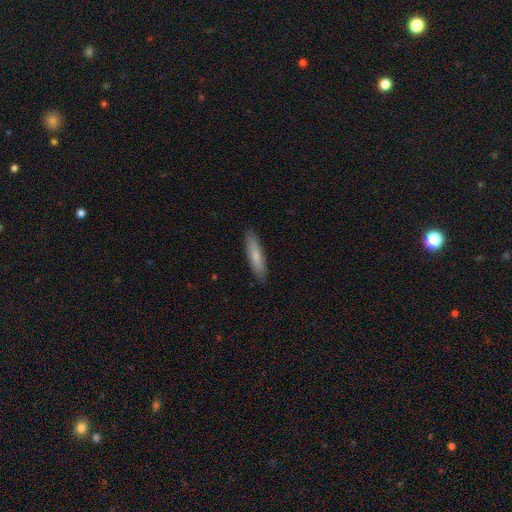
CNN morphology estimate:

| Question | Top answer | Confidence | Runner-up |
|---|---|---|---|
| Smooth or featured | smooth | 77% | featured or disk (17%) |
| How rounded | cigar-shaped | 78% | in between (20%) |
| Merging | none | 88% | minor disturbance (9%) |